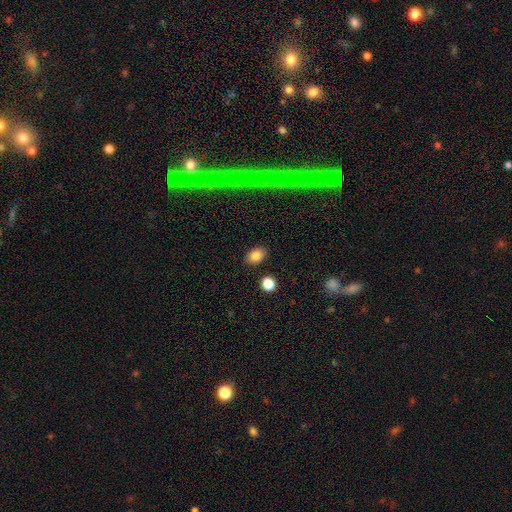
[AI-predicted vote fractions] Smooth or featured? smooth (82%)
How rounded? in between (77%)
Merging? none (85%)